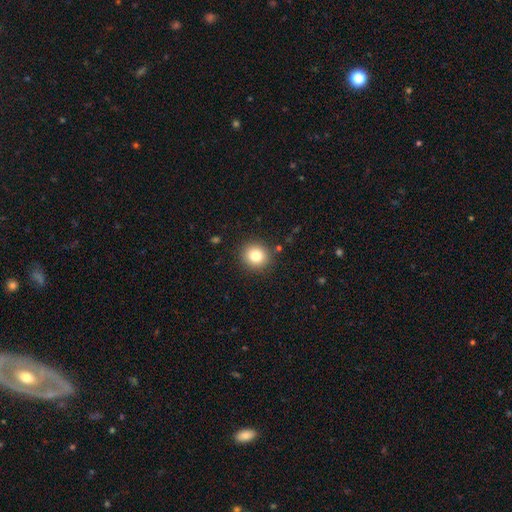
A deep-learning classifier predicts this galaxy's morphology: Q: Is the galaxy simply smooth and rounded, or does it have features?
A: smooth — 81%.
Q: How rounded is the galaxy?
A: round — 89%.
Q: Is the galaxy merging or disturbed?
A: none — 90%.